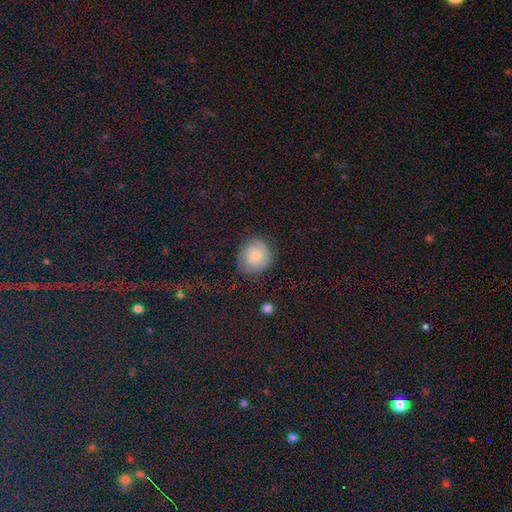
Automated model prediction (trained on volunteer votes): The model was most divided on "merging": none: 77%, minor disturbance: 16%, major disturbance: 5%, merger: 1%. More confident: how rounded — round (85%); smooth or featured — smooth (78%).